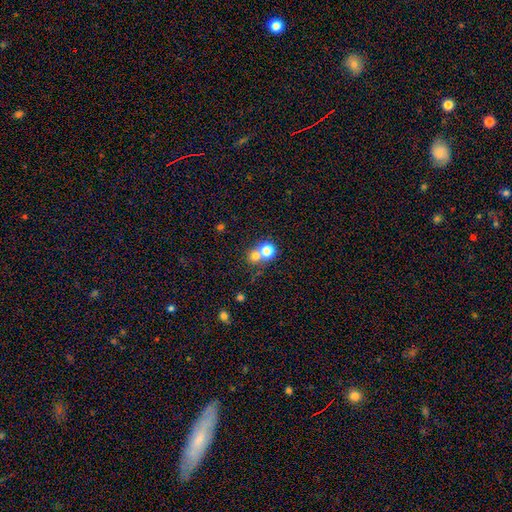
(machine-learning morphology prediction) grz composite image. It shows a smooth galaxy with no disk features (72%) that is round (87%). Merging: merger (50%).